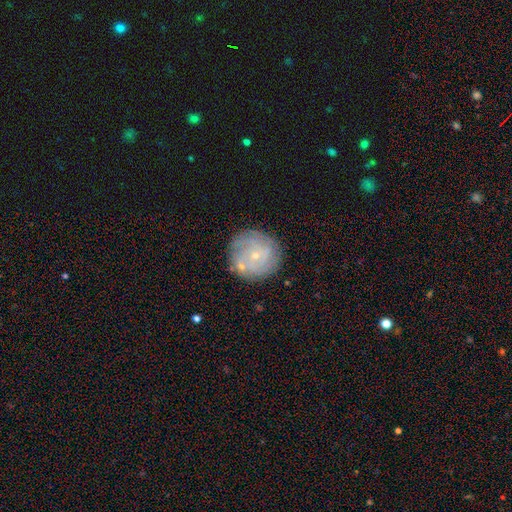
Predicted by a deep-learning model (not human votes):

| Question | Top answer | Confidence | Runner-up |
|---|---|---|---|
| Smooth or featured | featured or disk | 64% | smooth (28%) |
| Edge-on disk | no | 98% | yes (2%) |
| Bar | no | 75% | weak (22%) |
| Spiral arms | yes | 81% | no (19%) |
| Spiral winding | tight | 67% | medium (24%) |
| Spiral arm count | can't tell | 44% | 4 (16%) |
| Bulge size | small | 80% | moderate (16%) |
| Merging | none | 78% | minor disturbance (13%) |